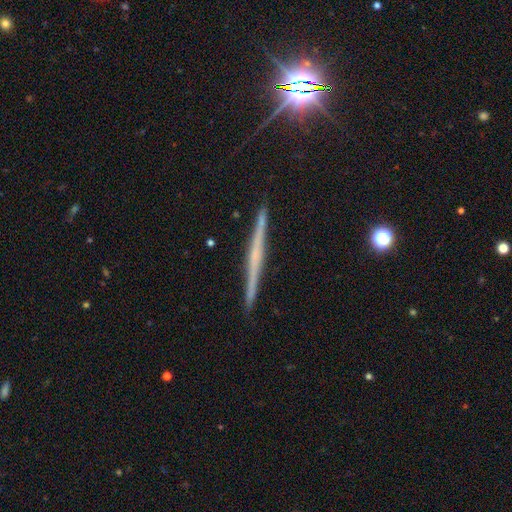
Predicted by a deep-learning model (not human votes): featured or disk 68%, smooth 23%, star or artifact 10%. Down the decision tree: edge-on disk — yes (98%); edge-on bulge — none (66%); merging — none (91%).